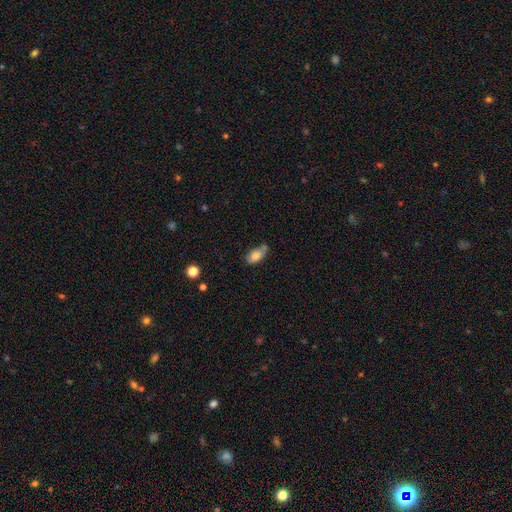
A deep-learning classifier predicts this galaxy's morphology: A smooth galaxy with no disk features (78%) that is in between round and cigar-shaped (89%). Merging: none (51%).